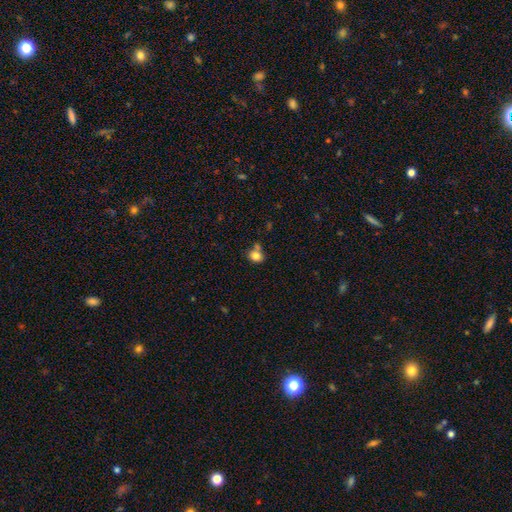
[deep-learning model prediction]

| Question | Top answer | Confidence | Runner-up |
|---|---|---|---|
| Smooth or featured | smooth | 81% | star or artifact (11%) |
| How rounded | round | 52% | in between (46%) |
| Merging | none | 54% | merger (25%) |